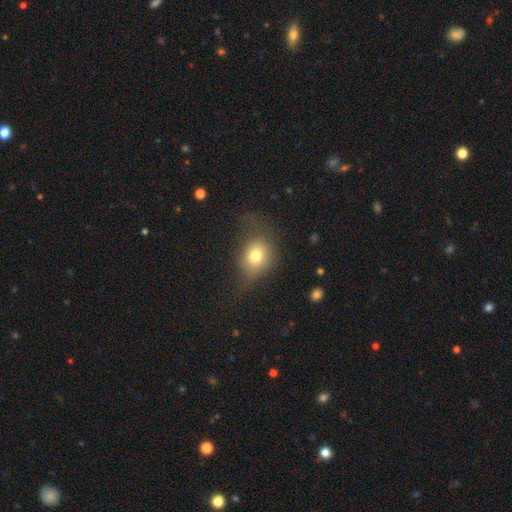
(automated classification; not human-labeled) This is likely a smooth galaxy (71%). How rounded: possibly round (56%). Merging: possibly none (50%).